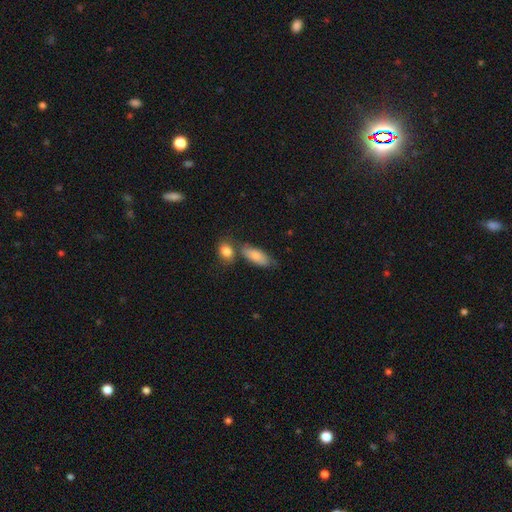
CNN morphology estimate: type=smooth (81%); roundness=in between (79%); merging=none (54%).